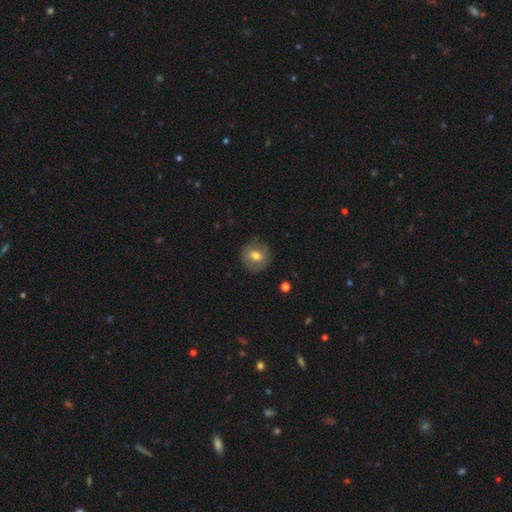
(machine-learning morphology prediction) This appears to be a smooth galaxy with no disk features (69%) that is round (91%). Merging: none (86%).